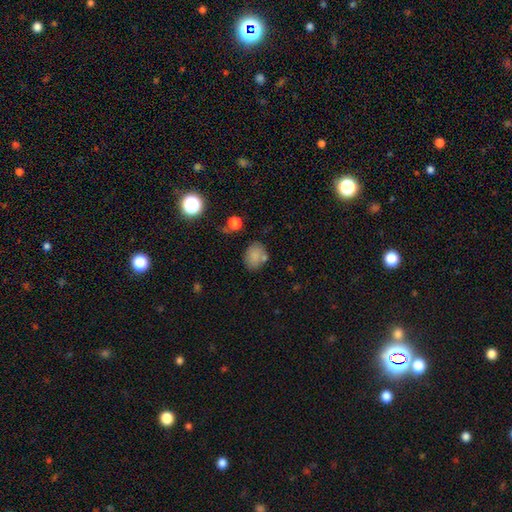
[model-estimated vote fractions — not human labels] A smooth galaxy with no disk features (81%) that is in between round and cigar-shaped (58%).

Vote fractions:
- Smooth or featured? smooth: 81% / star or artifact: 11% / featured or disk: 8%
- How rounded? in between: 58% / round: 41% / cigar-shaped: 1%
- Merging? none: 65% / minor disturbance: 17% / merger: 12% / major disturbance: 6%